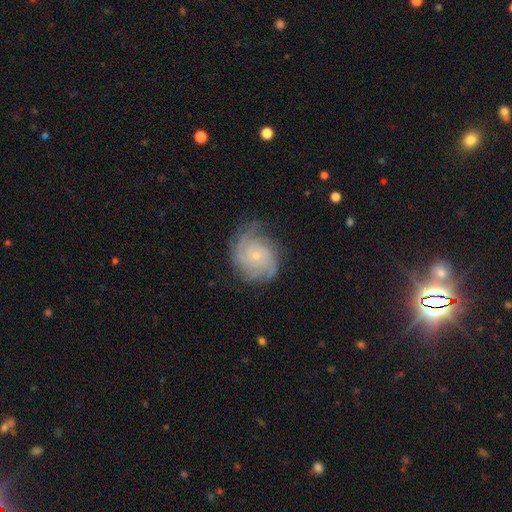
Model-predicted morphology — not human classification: Smooth or featured?
  - featured or disk: 82% *
  - smooth: 11%
  - star or artifact: 6%
Edge-on disk?
  - no: 98% *
  - yes: 2%
Bar?
  - no: 77% *
  - weak: 20%
  - strong: 3%
Spiral arms?
  - yes: 97% *
  - no: 3%
Spiral winding?
  - tight: 68% *
  - medium: 26%
  - loose: 6%
Spiral arm count?
  - can't tell: 28% *
  - 3: 24%
  - 2: 21%
  - 4: 14%
  - more than 4: 7%
  - 1: 7%
Bulge size?
  - small: 79% *
  - moderate: 15%
  - none: 3%
  - large: 1%
  - dominant: 1%
Merging?
  - none: 72% *
  - minor disturbance: 19%
  - major disturbance: 8%
  - merger: 1%